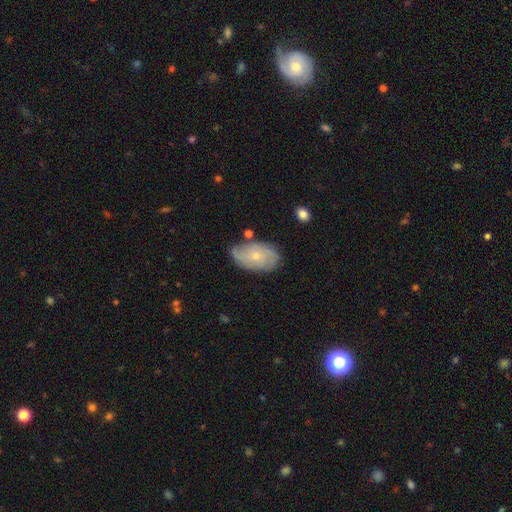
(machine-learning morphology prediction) Overall: featured or disk (57%; smooth 36%). Edge-on disk: no (95%). Bar: no (77%). Spiral arms: yes (82%). Bulge size: small (70%). Merging: none (68%).